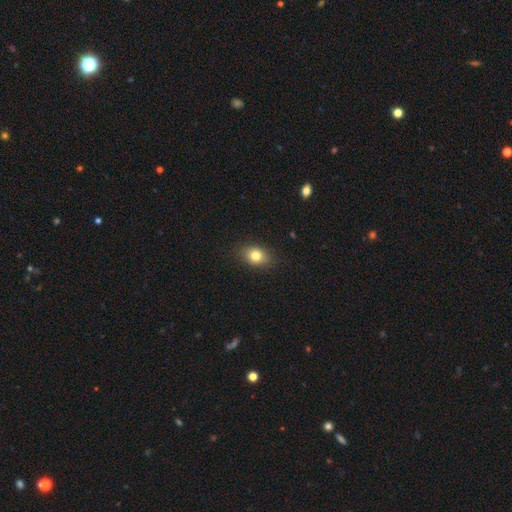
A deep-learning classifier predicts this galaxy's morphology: Smooth or featured? Predicted: smooth (p=0.79). How rounded? Predicted: in between (p=0.66). Merging? Predicted: none (p=0.86).